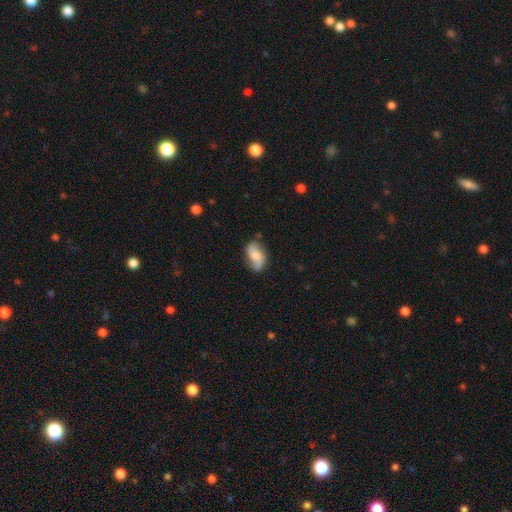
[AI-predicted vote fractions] Smooth or featured?
  - featured or disk: 51% *
  - smooth: 41%
  - star or artifact: 8%
Edge-on disk?
  - no: 94% *
  - yes: 6%
Merging?
  - none: 71% *
  - minor disturbance: 22%
  - major disturbance: 6%
  - merger: 2%